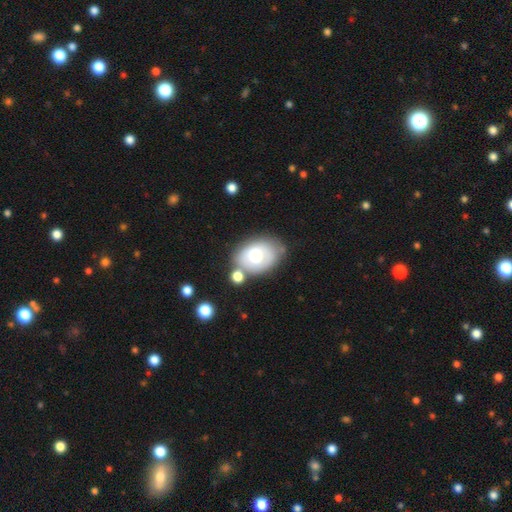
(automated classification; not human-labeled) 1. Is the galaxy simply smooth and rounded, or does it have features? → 55% smooth, 37% featured or disk, 8% star or artifact.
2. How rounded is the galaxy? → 72% in between, 27% round, 1% cigar-shaped.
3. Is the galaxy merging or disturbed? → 56% none, 21% minor disturbance, 14% merger, 8% major disturbance.